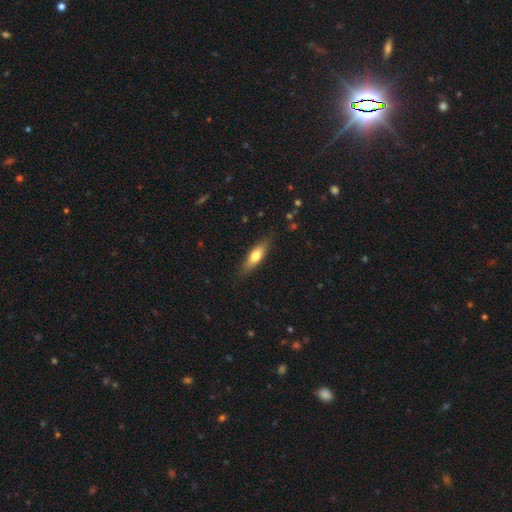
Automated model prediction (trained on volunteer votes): A smooth galaxy with no disk features (68%) that is in between round and cigar-shaped (49%).

Vote fractions:
- Smooth or featured? smooth: 68% / featured or disk: 26% / star or artifact: 6%
- How rounded? in between: 49% / cigar-shaped: 48% / round: 2%
- Merging? none: 84% / minor disturbance: 12% / major disturbance: 3% / merger: 1%